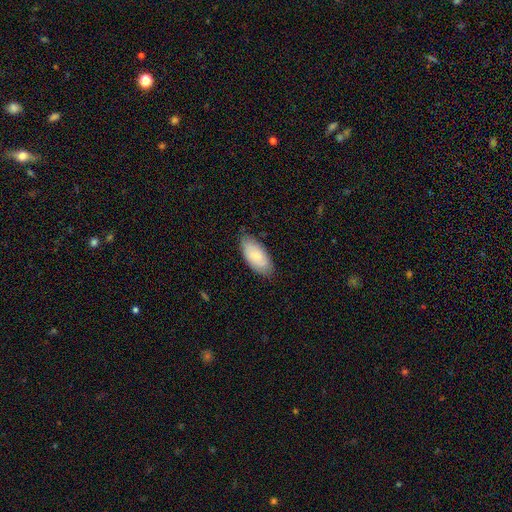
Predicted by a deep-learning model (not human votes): A smooth galaxy with no disk features (72%) that is in between round and cigar-shaped (92%).

Vote fractions:
- Smooth or featured? smooth: 72% / featured or disk: 22% / star or artifact: 6%
- How rounded? in between: 92% / cigar-shaped: 6% / round: 2%
- Merging? none: 78% / minor disturbance: 18% / major disturbance: 3% / merger: 1%